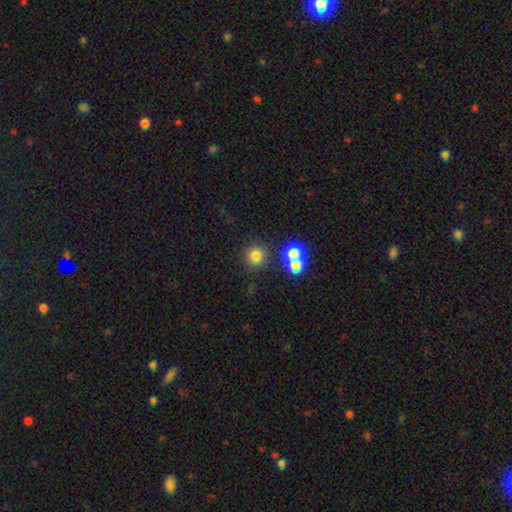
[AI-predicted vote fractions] A smooth galaxy with no disk features (78%) that is round (92%).

Vote fractions:
- Smooth or featured? smooth: 78% / star or artifact: 15% / featured or disk: 8%
- How rounded? round: 92% / in between: 7% / cigar-shaped: 1%
- Merging? none: 75% / merger: 14% / minor disturbance: 7% / major disturbance: 4%